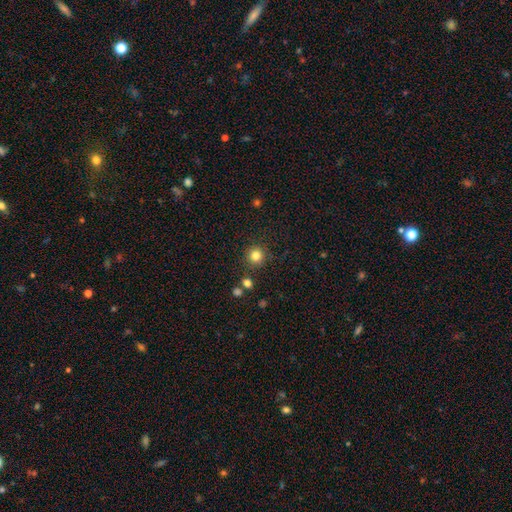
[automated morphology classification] smooth-or-featured: smooth: 82% | star or artifact: 13% | featured or disk: 5%
  how-rounded: round: 94% | in between: 5% | cigar-shaped: 1%
  merging: none: 87% | minor disturbance: 7% | merger: 3% | major disturbance: 2%